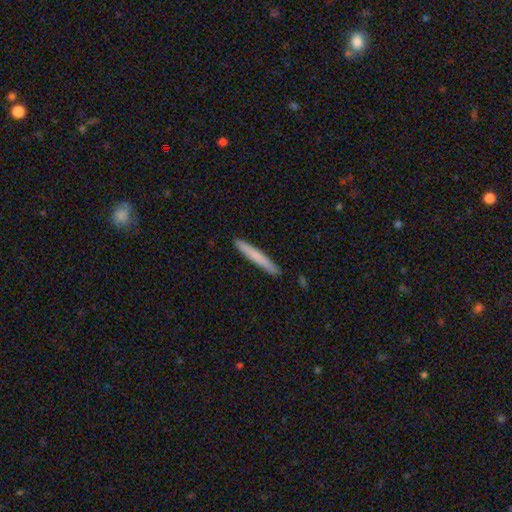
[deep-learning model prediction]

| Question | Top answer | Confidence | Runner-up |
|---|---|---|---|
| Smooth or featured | smooth | 75% | featured or disk (20%) |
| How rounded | cigar-shaped | 97% | in between (2%) |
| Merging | none | 92% | minor disturbance (6%) |